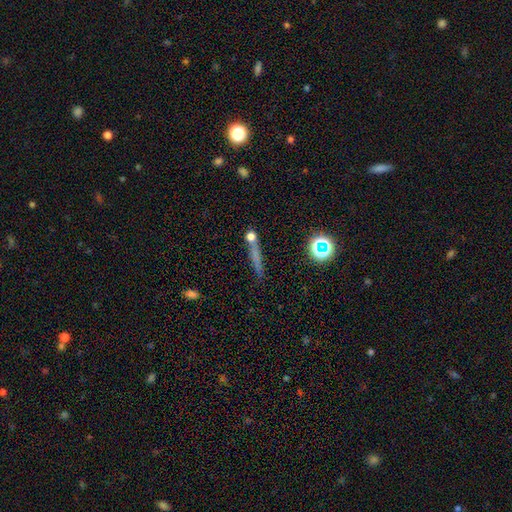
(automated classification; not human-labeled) smooth_or_featured: smooth (p=0.52) [alt: featured or disk p=0.28]
how_rounded: cigar-shaped (p=0.82) [alt: round p=0.11]
merging: none (p=0.73) [alt: minor disturbance p=0.12]